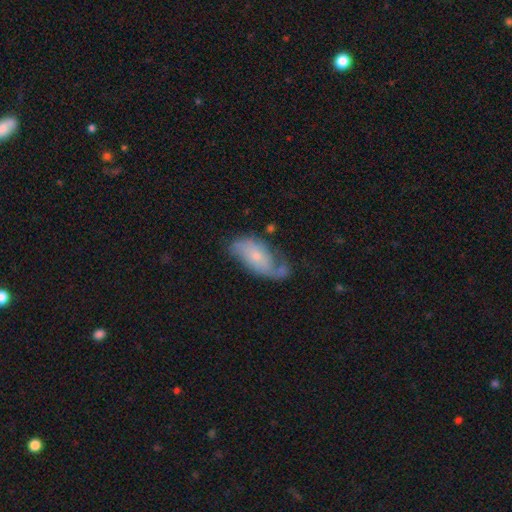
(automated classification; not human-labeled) This appears to be a featured or disk galaxy (49%). Merging: none (39%).